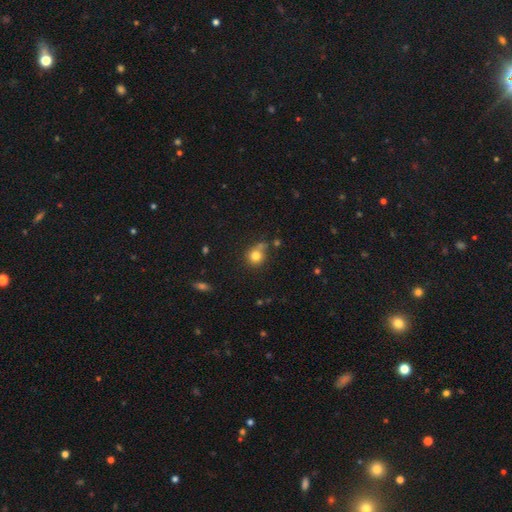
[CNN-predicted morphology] smooth 80%, star or artifact 12%, featured or disk 8%. Down the decision tree: how rounded — round (86%); merging — none (63%).